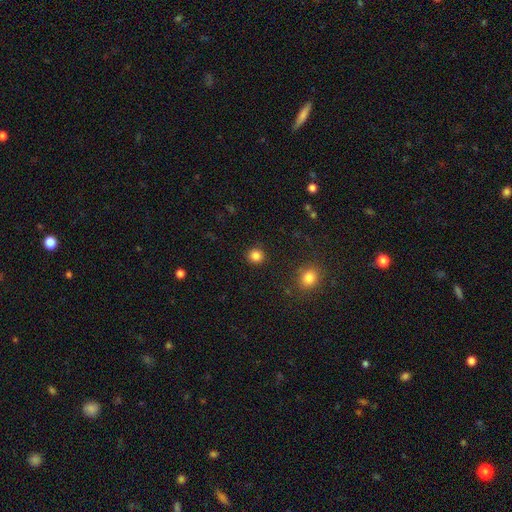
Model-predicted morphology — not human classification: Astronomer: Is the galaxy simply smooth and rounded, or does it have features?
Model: smooth — 84%.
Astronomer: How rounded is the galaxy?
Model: round — 90%.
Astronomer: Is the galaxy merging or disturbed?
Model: none — 91%.